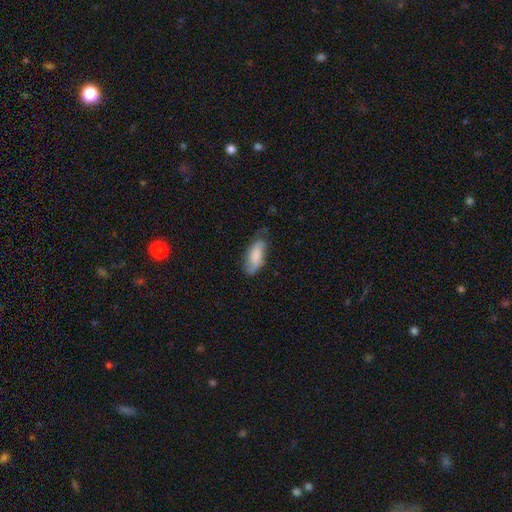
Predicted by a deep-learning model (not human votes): A smooth galaxy with no disk features (68%) that is in between round and cigar-shaped (85%).

Vote fractions:
- Smooth or featured? smooth: 68% / featured or disk: 26% / star or artifact: 7%
- How rounded? in between: 85% / cigar-shaped: 13% / round: 2%
- Merging? none: 59% / minor disturbance: 30% / major disturbance: 10% / merger: 2%